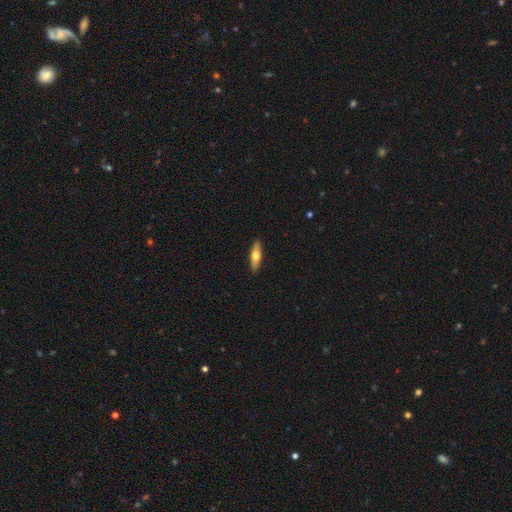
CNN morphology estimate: Smooth or featured?
  - smooth: 60% *
  - featured or disk: 34%
  - star or artifact: 6%
How rounded?
  - cigar-shaped: 57% *
  - in between: 41%
  - round: 2%
Merging?
  - none: 90% *
  - minor disturbance: 7%
  - major disturbance: 2%
  - merger: 1%